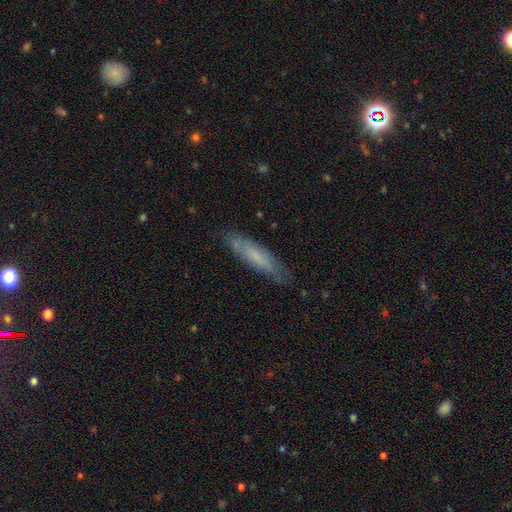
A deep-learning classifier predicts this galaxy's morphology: type=smooth (55%); roundness=cigar-shaped (76%); merging=none (79%).